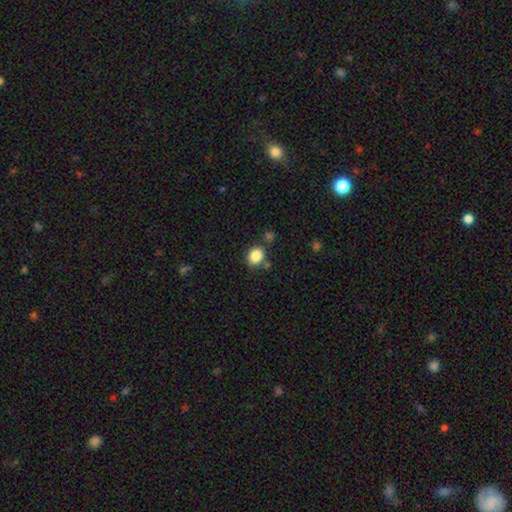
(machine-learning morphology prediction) A smooth galaxy with no disk features (86%) that is round (52%). Merging: none (74%).